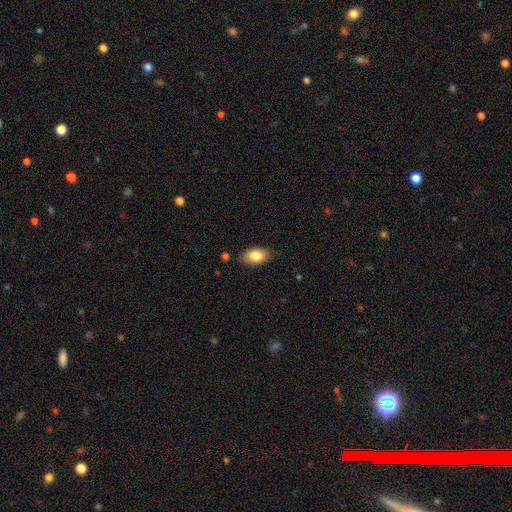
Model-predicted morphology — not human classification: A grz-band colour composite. It shows a smooth galaxy with no disk features (83%) that is in between round and cigar-shaped (91%). Merging: none (83%).